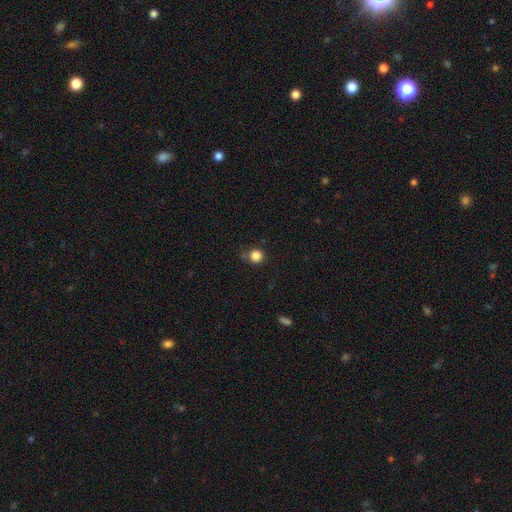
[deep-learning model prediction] This appears to be a smooth galaxy with no disk features (84%) that is round (93%). Merging: none (77%).